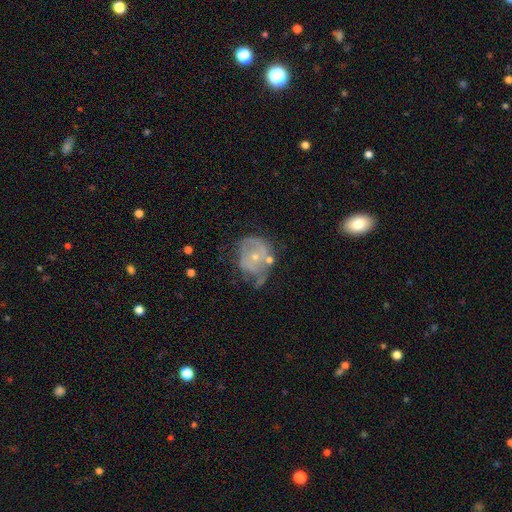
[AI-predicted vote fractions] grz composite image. It shows a featured or disk galaxy (66%) with no bar (79%), spiral arms (59%) and a small central bulge (69%). Merging: none (38%).